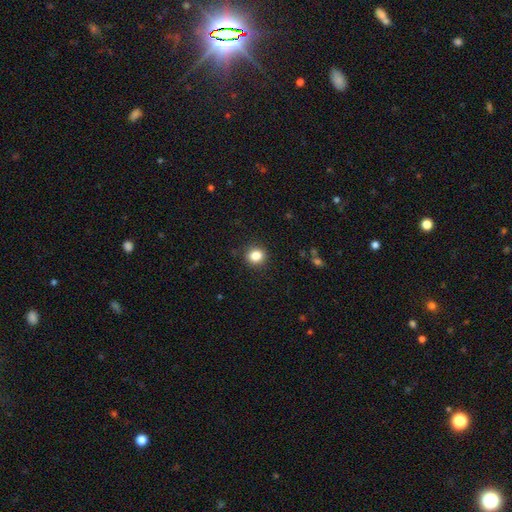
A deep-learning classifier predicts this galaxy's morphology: type=smooth (84%); roundness=round (80%); merging=none (90%).